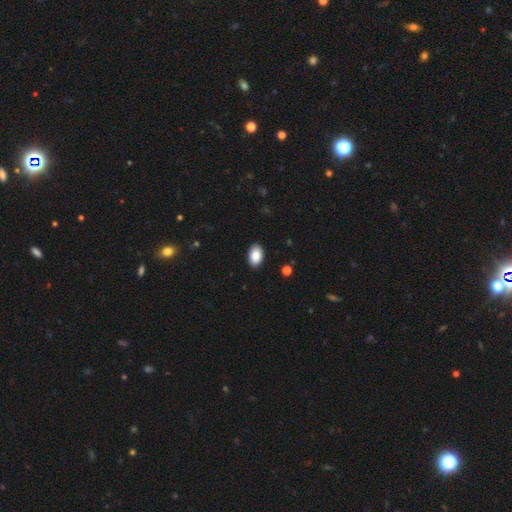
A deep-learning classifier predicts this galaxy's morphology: The model was most divided on "smooth or featured": smooth: 88%, star or artifact: 7%, featured or disk: 5%. More confident: how rounded — in between (93%); merging — none (90%).